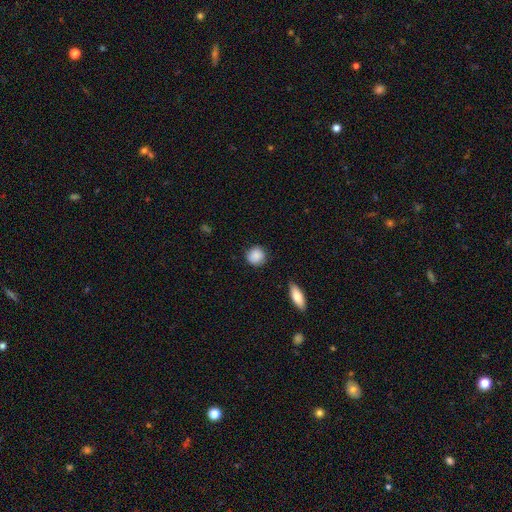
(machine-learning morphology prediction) Smooth or featured? Predicted: smooth (p=0.89). How rounded? Predicted: round (p=0.88). Merging? Predicted: none (p=0.85).